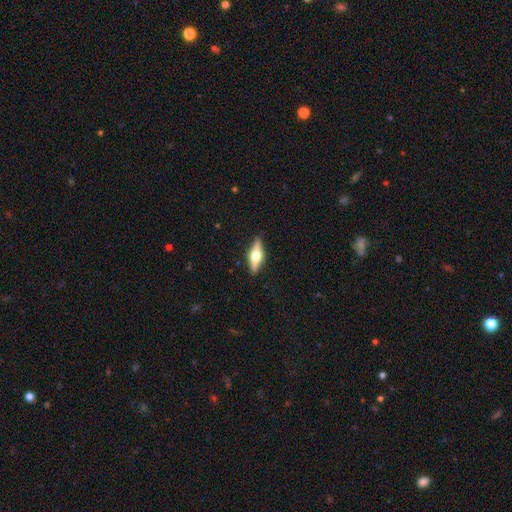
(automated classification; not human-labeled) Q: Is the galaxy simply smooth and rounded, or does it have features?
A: featured or disk — 63%.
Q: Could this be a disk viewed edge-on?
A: yes — 95%.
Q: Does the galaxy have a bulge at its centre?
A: rounded — 95%.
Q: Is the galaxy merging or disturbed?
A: none — 89%.